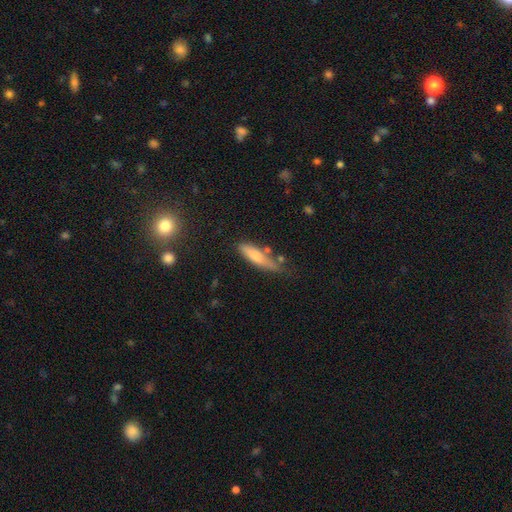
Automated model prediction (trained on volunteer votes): Smooth or featured? Predicted: smooth (p=0.74). How rounded? Predicted: cigar-shaped (p=0.70). Merging? Predicted: none (p=0.57).